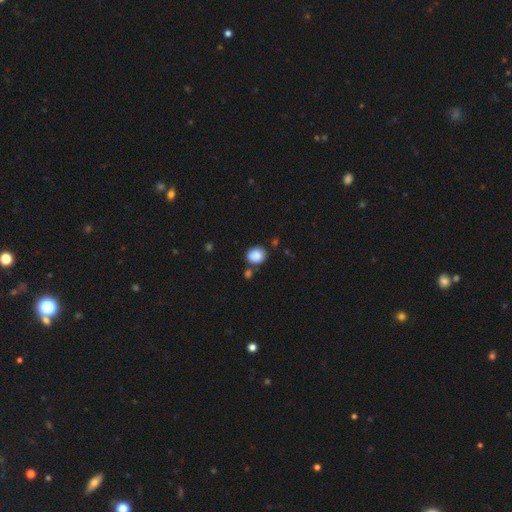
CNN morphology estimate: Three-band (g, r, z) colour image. It shows a smooth galaxy with no disk features (87%) that is round (67%). Merging: none (75%).